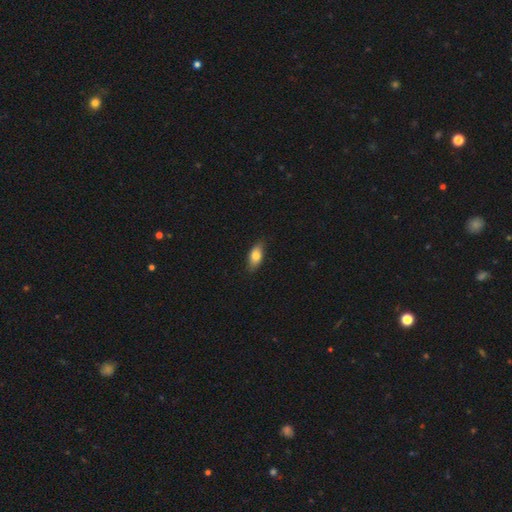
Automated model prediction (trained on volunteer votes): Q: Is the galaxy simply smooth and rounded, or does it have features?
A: smooth — 77%.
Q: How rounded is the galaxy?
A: in between — 86%.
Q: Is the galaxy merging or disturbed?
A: none — 83%.